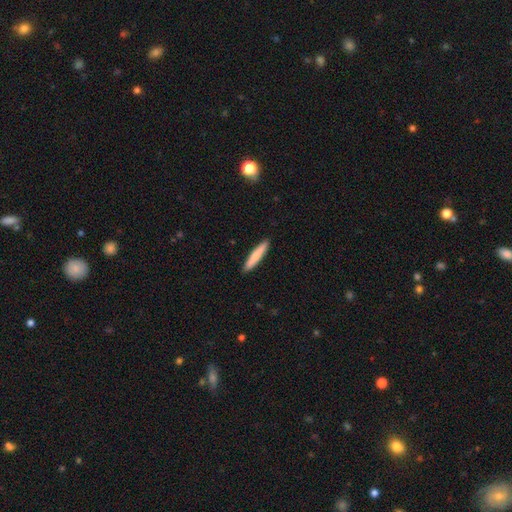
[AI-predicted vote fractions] Morphology: type=smooth (78%); roundness=cigar-shaped (92%); merging=none (92%).